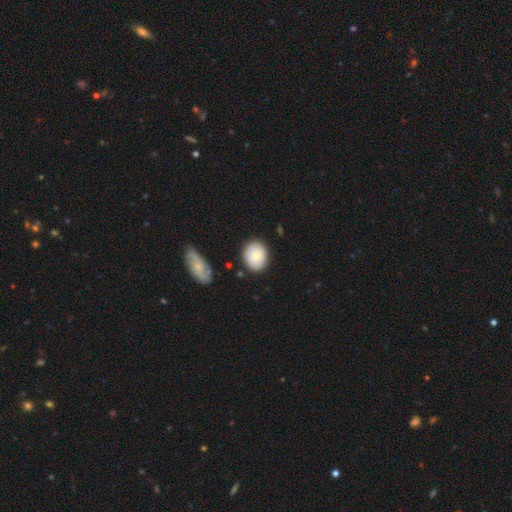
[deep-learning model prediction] smooth_or_featured: smooth (p=0.78) [alt: featured or disk p=0.15]
how_rounded: round (p=0.57) [alt: in between p=0.42]
merging: none (p=0.82) [alt: minor disturbance p=0.12]